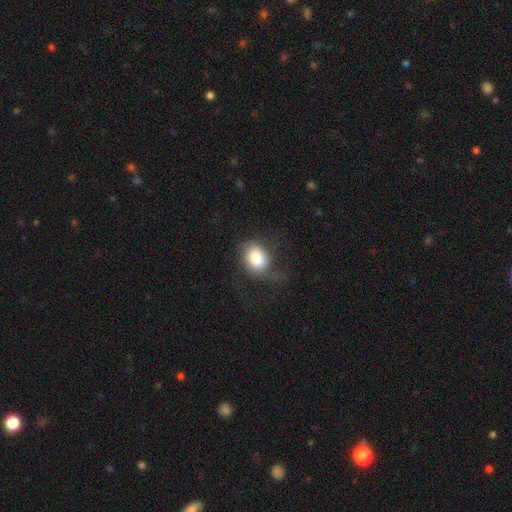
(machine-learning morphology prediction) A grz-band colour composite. It shows a smooth galaxy with no disk features (79%) that is in between round and cigar-shaped (66%). Merging: none (46%).